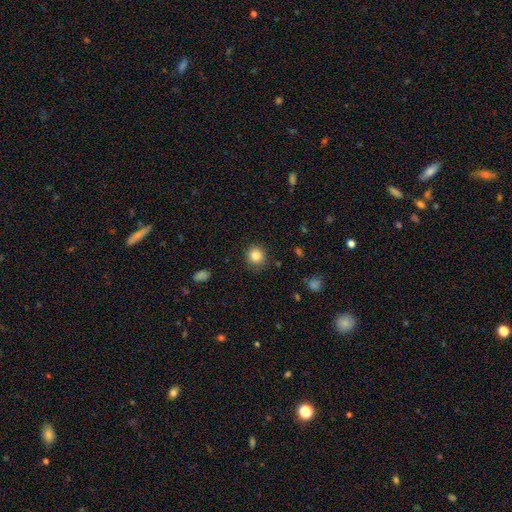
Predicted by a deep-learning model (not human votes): smooth 85%, star or artifact 10%, featured or disk 5%. Down the decision tree: how rounded — round (91%); merging — none (87%).